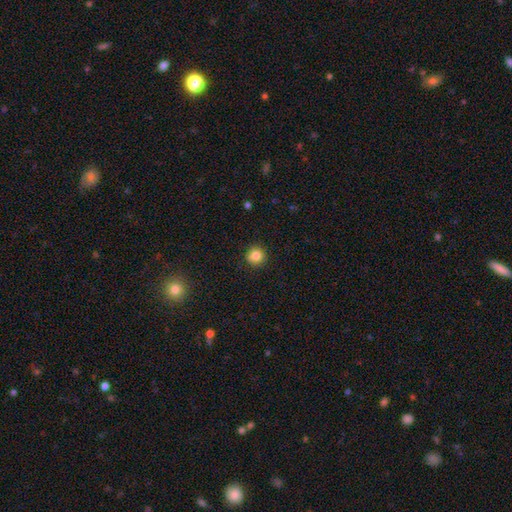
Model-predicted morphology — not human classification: smooth-or-featured: smooth: 84% | star or artifact: 11% | featured or disk: 5%
  how-rounded: round: 93% | in between: 6% | cigar-shaped: 1%
  merging: none: 91% | minor disturbance: 7% | major disturbance: 2% | merger: 1%